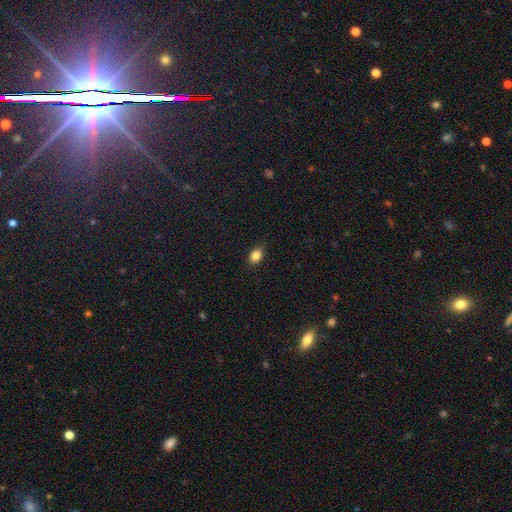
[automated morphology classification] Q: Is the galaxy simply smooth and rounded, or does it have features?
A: smooth — 85%.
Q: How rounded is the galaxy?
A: in between — 73%.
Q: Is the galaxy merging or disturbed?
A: none — 85%.